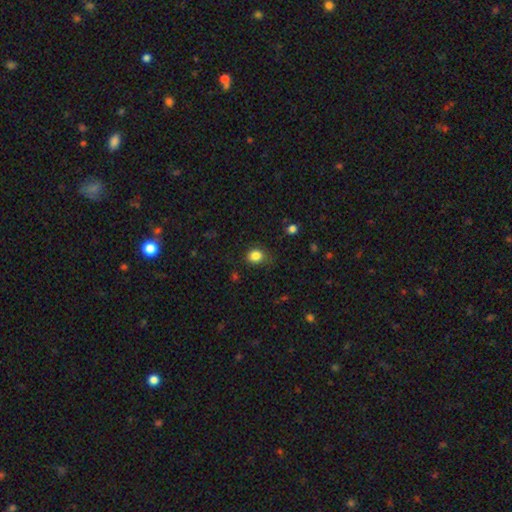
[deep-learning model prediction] Smooth or featured?
  - smooth: 84% *
  - star or artifact: 11%
  - featured or disk: 5%
How rounded?
  - round: 65% *
  - in between: 34%
  - cigar-shaped: 1%
Merging?
  - none: 73% *
  - minor disturbance: 20%
  - major disturbance: 5%
  - merger: 1%